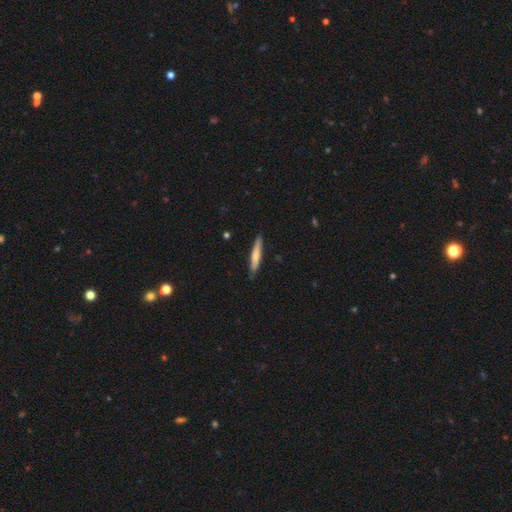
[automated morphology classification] Smooth or featured?
  - smooth: 56% *
  - featured or disk: 39%
  - star or artifact: 5%
How rounded?
  - cigar-shaped: 93% *
  - in between: 6%
  - round: 1%
Merging?
  - none: 88% *
  - minor disturbance: 10%
  - major disturbance: 2%
  - merger: 1%